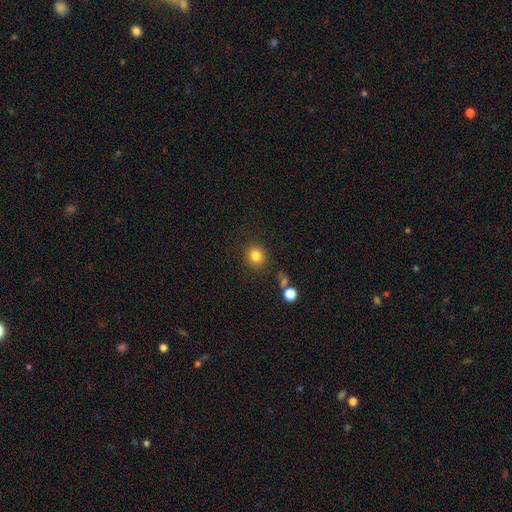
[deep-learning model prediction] smooth_or_featured: smooth (p=0.83) [alt: star or artifact p=0.12]
how_rounded: round (p=0.85) [alt: in between p=0.14]
merging: none (p=0.86) [alt: minor disturbance p=0.08]